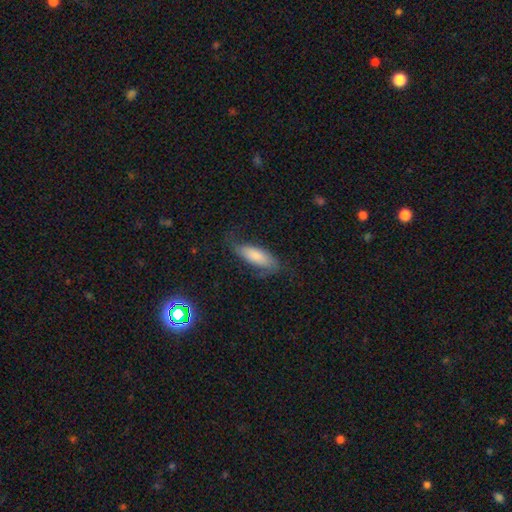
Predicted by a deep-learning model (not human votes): Morphology: type=smooth (65%); roundness=in between (67%); merging=none (58%).